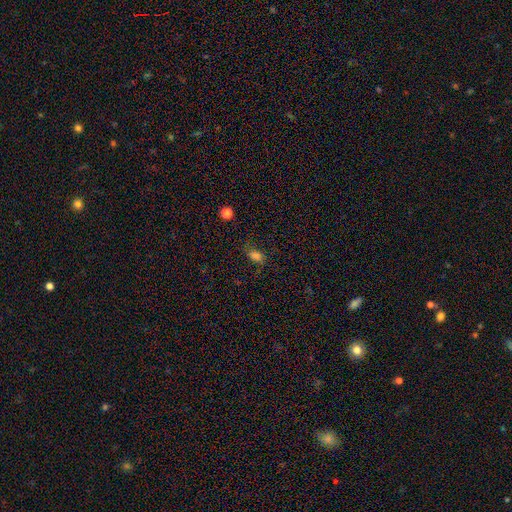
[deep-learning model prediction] Q: Smooth or featured?
A: smooth (75%); runner-up: star or artifact (18%)
Q: How rounded?
A: in between (81%); runner-up: round (16%)
Q: Merging?
A: none (66%); runner-up: minor disturbance (21%)